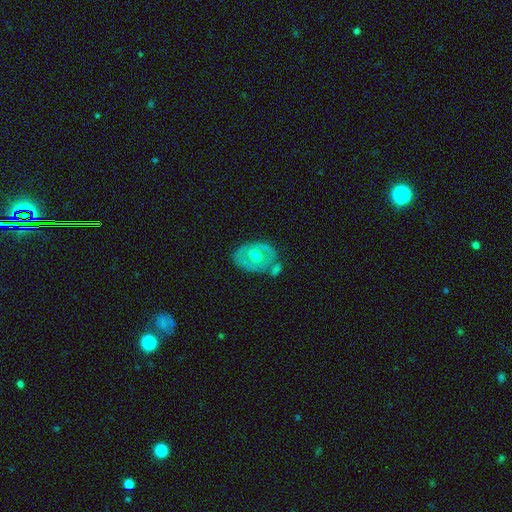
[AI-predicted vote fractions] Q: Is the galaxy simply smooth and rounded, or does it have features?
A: featured or disk — 60%.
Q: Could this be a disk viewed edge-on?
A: no — 93%.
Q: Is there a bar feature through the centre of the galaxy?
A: no — 70%.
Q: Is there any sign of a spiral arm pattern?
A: no — 71%.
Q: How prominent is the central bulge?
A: moderate — 78%.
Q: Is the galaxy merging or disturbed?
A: none — 59%.